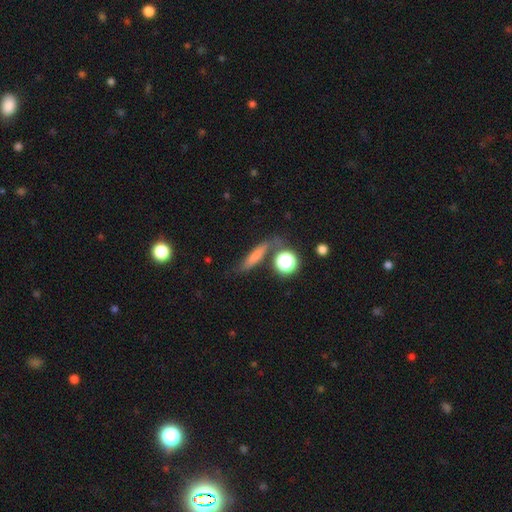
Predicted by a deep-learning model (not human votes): smooth 68%, featured or disk 20%, star or artifact 12%. Down the decision tree: how rounded — cigar-shaped (74%); merging — none (71%).